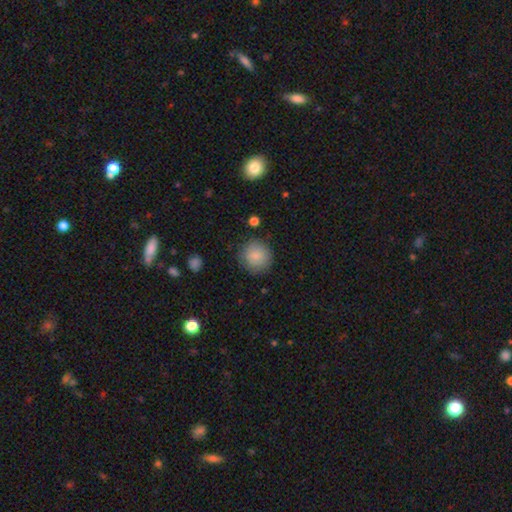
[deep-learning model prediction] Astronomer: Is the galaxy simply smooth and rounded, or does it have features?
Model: smooth — 86%.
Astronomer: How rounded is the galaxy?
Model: round — 92%.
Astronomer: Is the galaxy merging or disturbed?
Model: none — 85%.